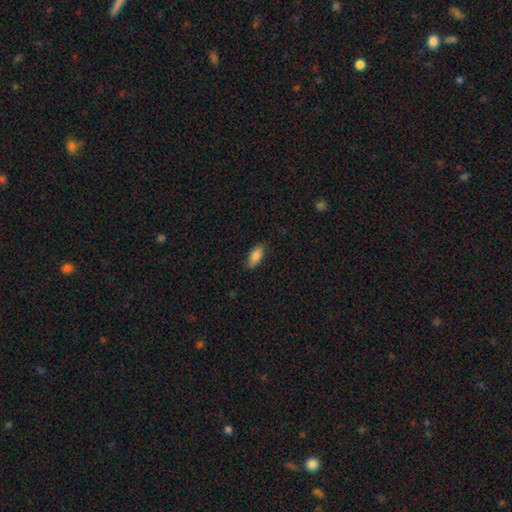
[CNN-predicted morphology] Smooth or featured? Predicted: smooth (p=0.85). How rounded? Predicted: in between (p=0.86). Merging? Predicted: none (p=0.83).